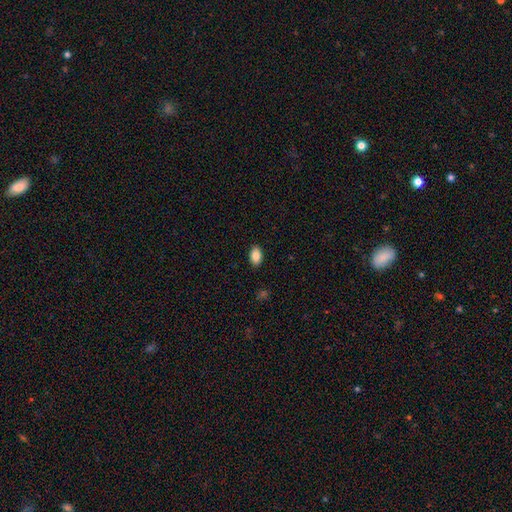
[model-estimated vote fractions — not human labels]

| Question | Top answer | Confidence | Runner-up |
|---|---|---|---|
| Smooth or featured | smooth | 87% | star or artifact (8%) |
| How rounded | in between | 91% | round (7%) |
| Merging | none | 90% | minor disturbance (7%) |